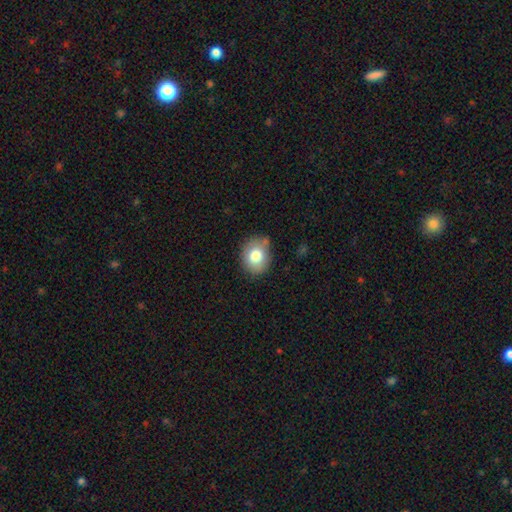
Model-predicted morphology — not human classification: type=smooth (78%); roundness=round (58%); merging=none (73%).